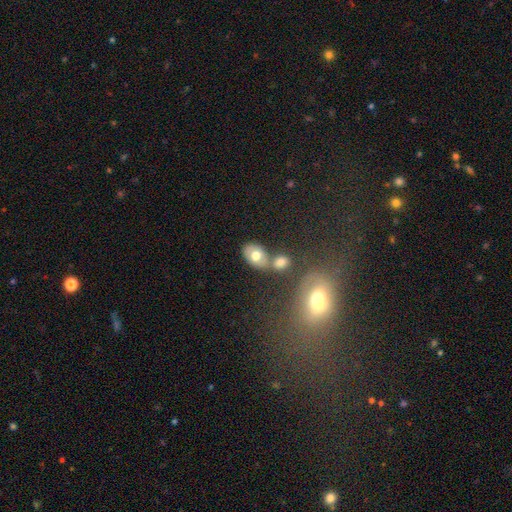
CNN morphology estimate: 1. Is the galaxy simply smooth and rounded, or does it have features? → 67% smooth, 24% featured or disk, 9% star or artifact.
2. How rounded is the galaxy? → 82% in between, 16% round, 1% cigar-shaped.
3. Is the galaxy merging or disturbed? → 53% none, 29% merger, 13% minor disturbance, 5% major disturbance.